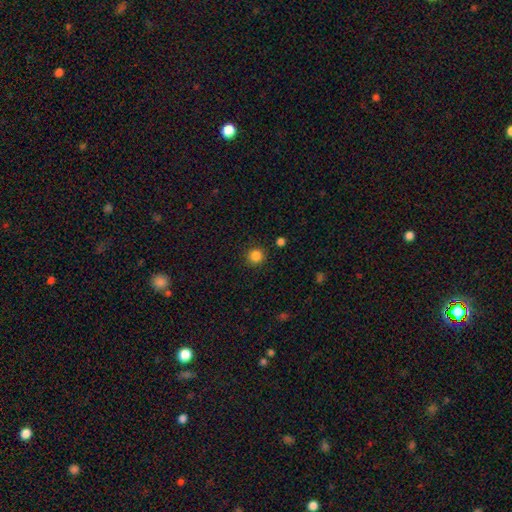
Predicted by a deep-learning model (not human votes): Q: Smooth or featured?
A: smooth (85%); runner-up: star or artifact (12%)
Q: How rounded?
A: round (94%); runner-up: in between (5%)
Q: Merging?
A: none (90%); runner-up: minor disturbance (6%)